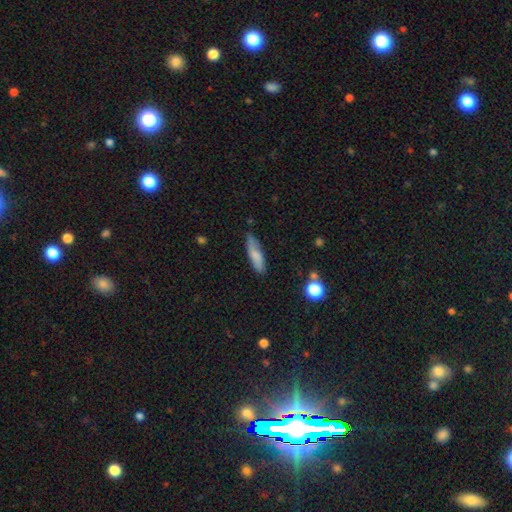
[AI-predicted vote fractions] Overall: smooth (77%). How rounded: cigar-shaped (65%; in between 33%). Merging: none (79%).